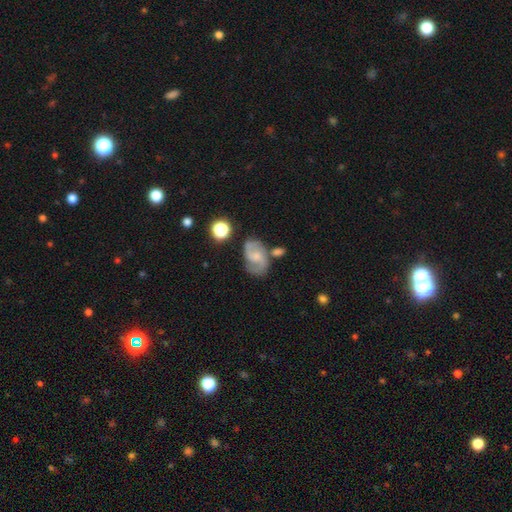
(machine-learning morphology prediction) Smooth or featured: featured or disk — 73% (smooth — 19%)
Edge-on disk: no — 97% (yes — 3%)
Bar: no — 49% (weak — 44%)
Spiral arms: yes — 93% (no — 7%)
Spiral winding: medium — 52% (loose — 31%)
Spiral arm count: 2 — 88% (can't tell — 6%)
Bulge size: small — 41% (moderate — 29%)
Merging: none — 62% (minor disturbance — 20%)